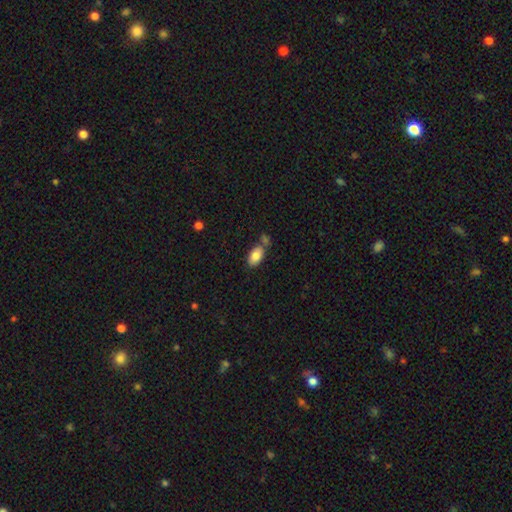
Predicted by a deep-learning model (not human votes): A smooth galaxy with no disk features (82%) that is in between round and cigar-shaped (92%).

Vote fractions:
- Smooth or featured? smooth: 82% / featured or disk: 11% / star or artifact: 7%
- How rounded? in between: 92% / round: 6% / cigar-shaped: 2%
- Merging? none: 56% / merger: 25% / minor disturbance: 14% / major disturbance: 4%